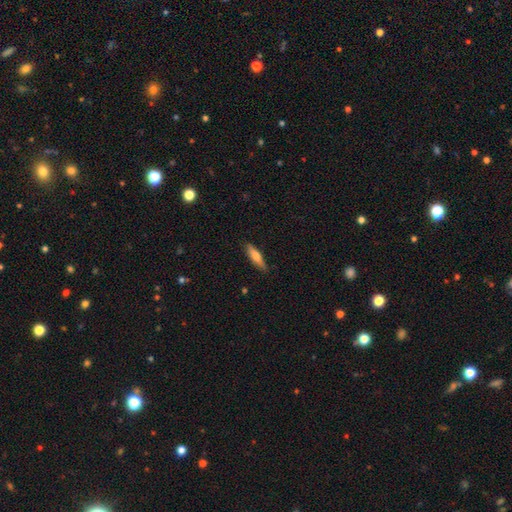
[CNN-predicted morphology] Smooth or featured? smooth (66%)
How rounded? cigar-shaped (70%)
Merging? none (85%)